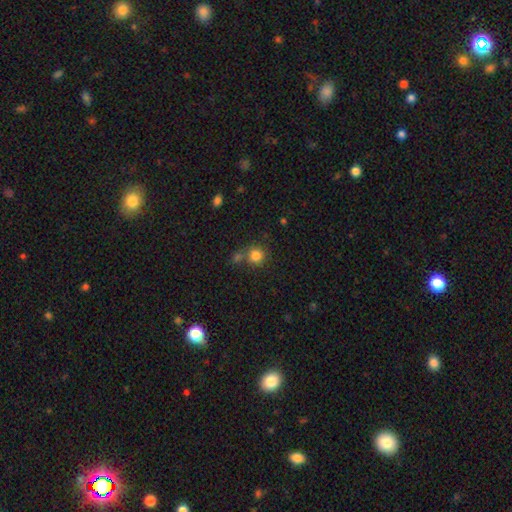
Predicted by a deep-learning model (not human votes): This appears to be a smooth galaxy with no disk features (82%) that is round (89%). Merging: none (62%).